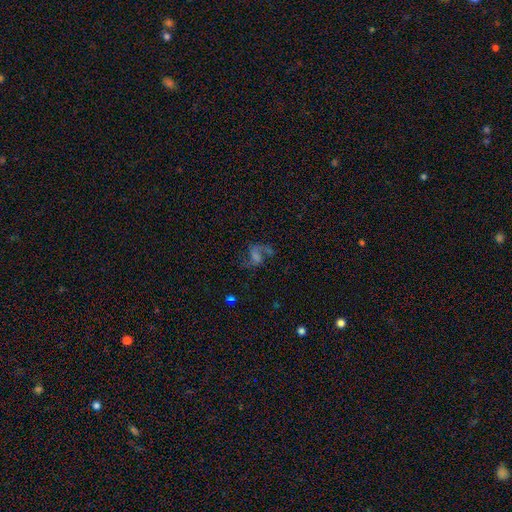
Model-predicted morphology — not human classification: Smooth or featured: featured or disk — 66% (star or artifact — 17%)
Edge-on disk: no — 97% (yes — 3%)
Bar: weak — 46% (no — 34%)
Spiral arms: yes — 88% (no — 12%)
Spiral winding: loose — 68% (medium — 27%)
Spiral arm count: 2 — 83% (1 — 9%)
Bulge size: none — 45% (small — 27%)
Merging: none — 53% (major disturbance — 24%)